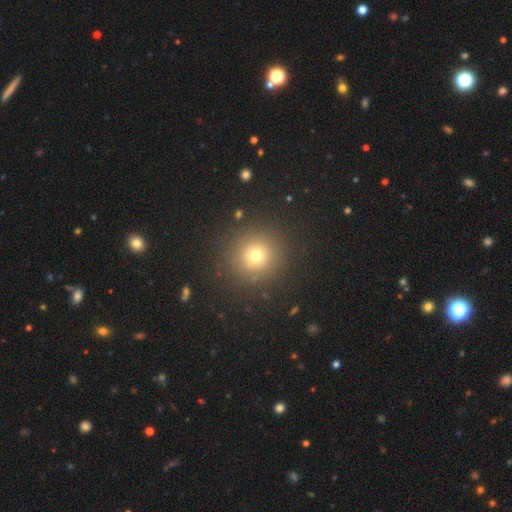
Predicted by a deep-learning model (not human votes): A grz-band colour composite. It shows a smooth galaxy with no disk features (72%) that is round (94%). Merging: none (90%).